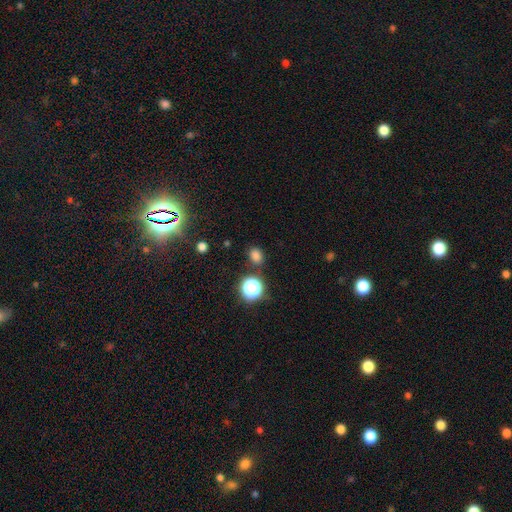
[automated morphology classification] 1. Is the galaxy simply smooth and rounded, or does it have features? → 76% smooth, 19% star or artifact, 5% featured or disk.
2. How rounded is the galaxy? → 53% round, 46% in between, 1% cigar-shaped.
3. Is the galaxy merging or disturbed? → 82% none, 11% minor disturbance, 4% merger, 3% major disturbance.